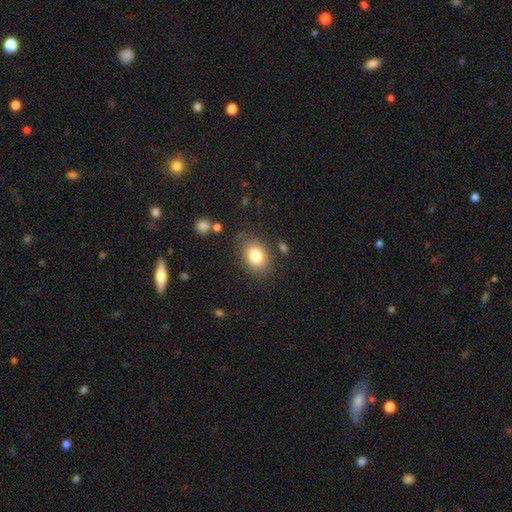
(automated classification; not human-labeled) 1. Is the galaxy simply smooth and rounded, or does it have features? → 82% smooth, 9% featured or disk, 9% star or artifact.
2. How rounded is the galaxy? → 65% in between, 34% round, 1% cigar-shaped.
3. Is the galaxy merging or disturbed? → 80% none, 13% minor disturbance, 4% major disturbance, 3% merger.